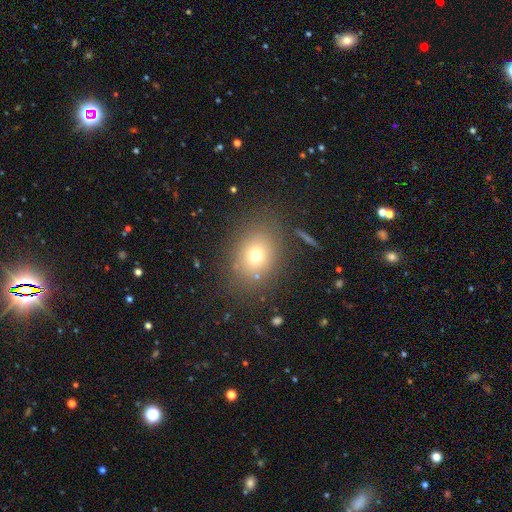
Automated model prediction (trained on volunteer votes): Morphology: type=smooth (71%); roundness=in between (52%); merging=none (81%).